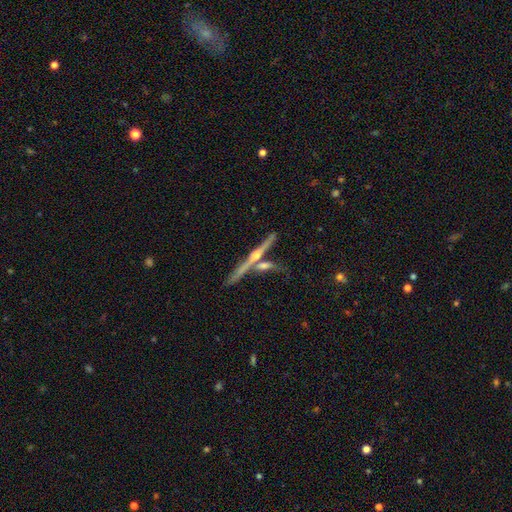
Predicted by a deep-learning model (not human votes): smooth_or_featured: featured or disk (p=0.75) [alt: smooth p=0.17]
disk_edge_on: yes (p=0.97) [alt: no p=0.03]
edge_on_bulge: rounded (p=0.71) [alt: none p=0.22]
merging: none (p=0.73) [alt: merger p=0.15]